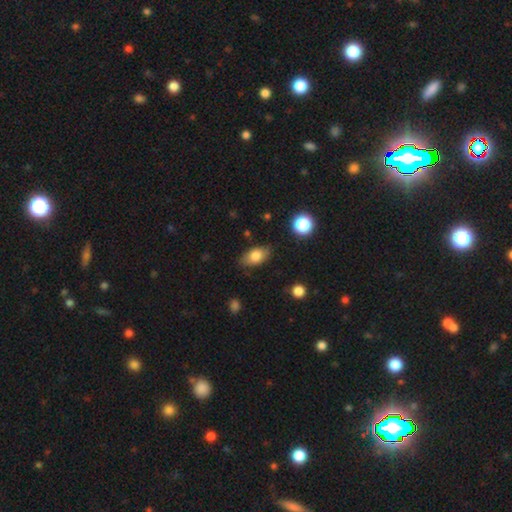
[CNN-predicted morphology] A smooth galaxy with no disk features (77%) that is in between round and cigar-shaped (88%). Merging: none (80%).